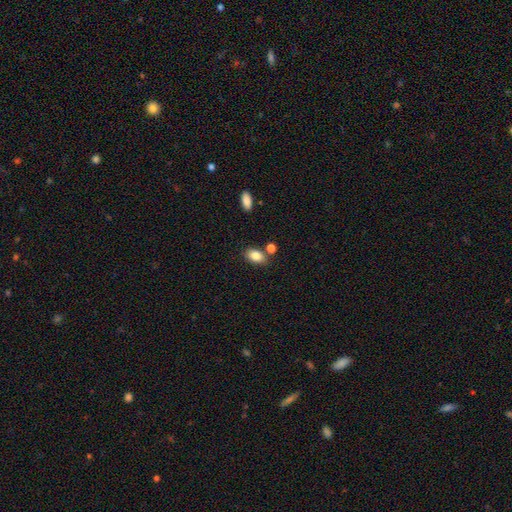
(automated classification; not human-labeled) Smooth or featured: smooth — 84% (star or artifact — 8%)
How rounded: in between — 87% (round — 11%)
Merging: none — 73% (minor disturbance — 12%)